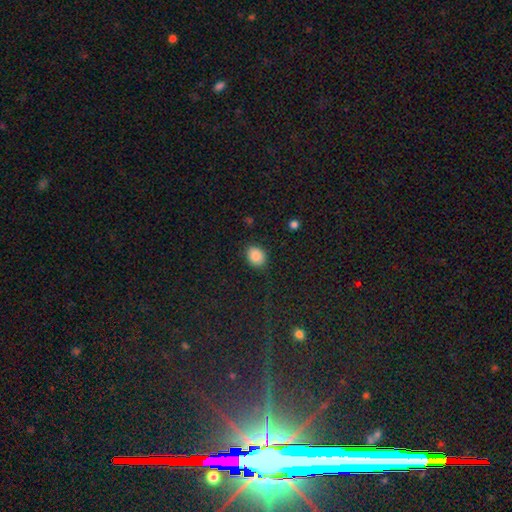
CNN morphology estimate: smooth 87%, star or artifact 9%, featured or disk 4%. Down the decision tree: how rounded — in between (53%); merging — none (86%).